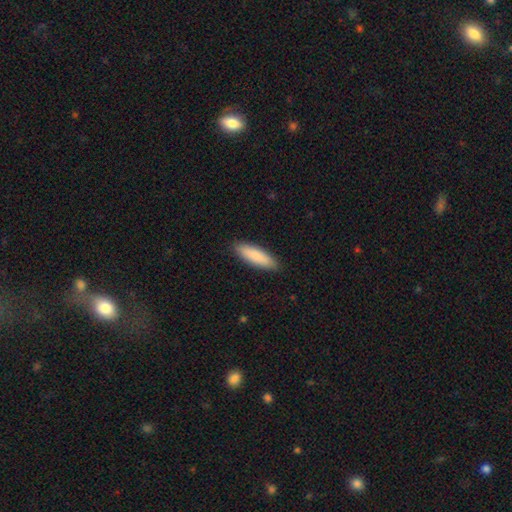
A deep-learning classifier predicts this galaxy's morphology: Smooth or featured: smooth — 88% (featured or disk — 7%)
How rounded: cigar-shaped — 57% (in between — 42%)
Merging: none — 89% (minor disturbance — 8%)